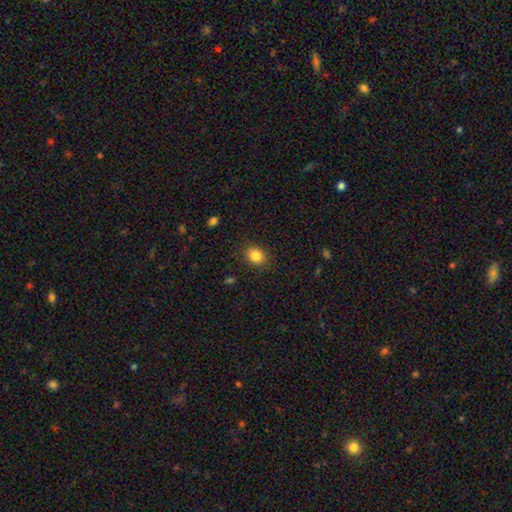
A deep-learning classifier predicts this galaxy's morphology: smooth_or_featured: smooth (p=0.86) [alt: star or artifact p=0.10]
how_rounded: in between (p=0.52) [alt: round p=0.47]
merging: none (p=0.86) [alt: minor disturbance p=0.10]